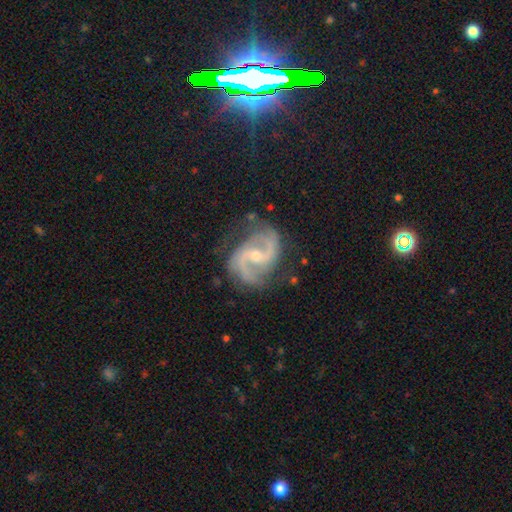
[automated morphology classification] smooth_or_featured: featured or disk (p=0.91) [alt: star or artifact p=0.05]
disk_edge_on: no (p=0.98) [alt: yes p=0.02]
bar: weak (p=0.49) [alt: no p=0.34]
has_spiral_arms: yes (p=0.98) [alt: no p=0.02]
spiral_winding: medium (p=0.60) [alt: loose p=0.23]
spiral_arm_count: 2 (p=0.92) [alt: 3 p=0.02]
bulge_size: small (p=0.51) [alt: moderate p=0.45]
merging: none (p=0.73) [alt: minor disturbance p=0.18]